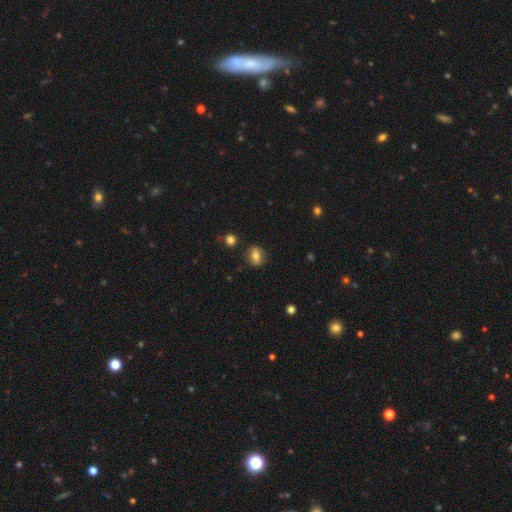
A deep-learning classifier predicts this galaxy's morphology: This appears to be a smooth galaxy with no disk features (68%) that is in between round and cigar-shaped (51%). Merging: none (84%).